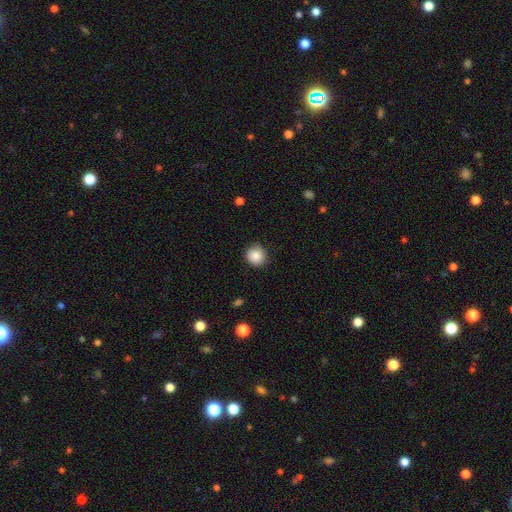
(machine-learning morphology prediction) smooth-or-featured: smooth: 86% | star or artifact: 9% | featured or disk: 5%
  how-rounded: round: 92% | in between: 7% | cigar-shaped: 1%
  merging: none: 87% | minor disturbance: 10% | major disturbance: 2% | merger: 1%